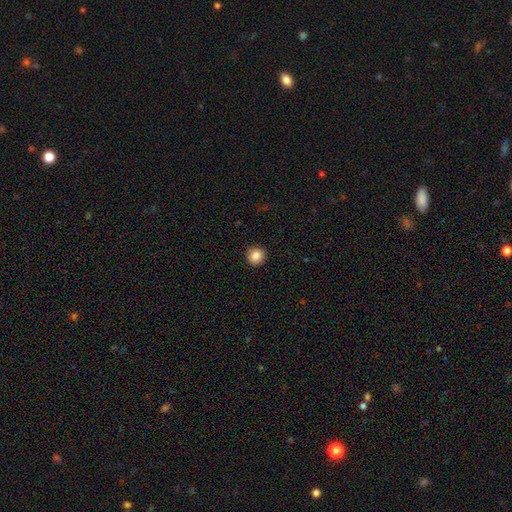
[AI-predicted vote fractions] Smooth or featured? Predicted: smooth (p=0.85). How rounded? Predicted: round (p=0.93). Merging? Predicted: none (p=0.92).